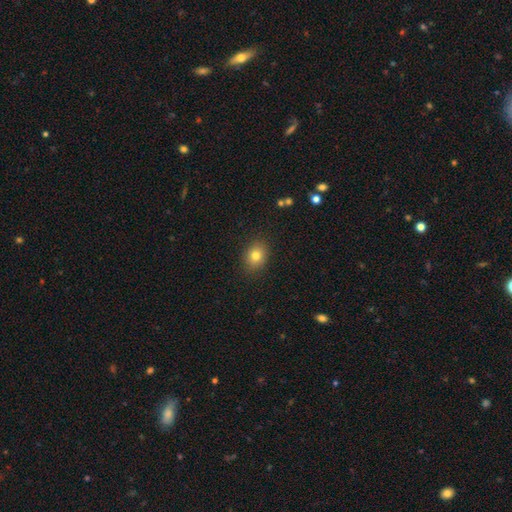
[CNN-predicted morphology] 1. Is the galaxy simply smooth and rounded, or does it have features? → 79% smooth, 12% star or artifact, 9% featured or disk.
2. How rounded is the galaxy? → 54% round, 45% in between, 1% cigar-shaped.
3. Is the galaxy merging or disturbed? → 88% none, 9% minor disturbance, 2% major disturbance, 1% merger.